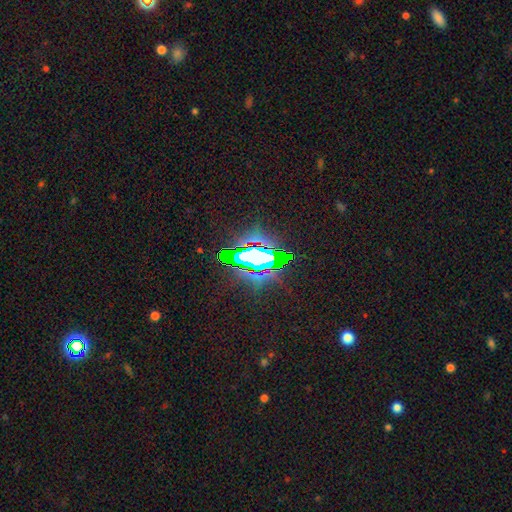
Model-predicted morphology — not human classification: This is likely a star or artifact rather than a galaxy (65%).